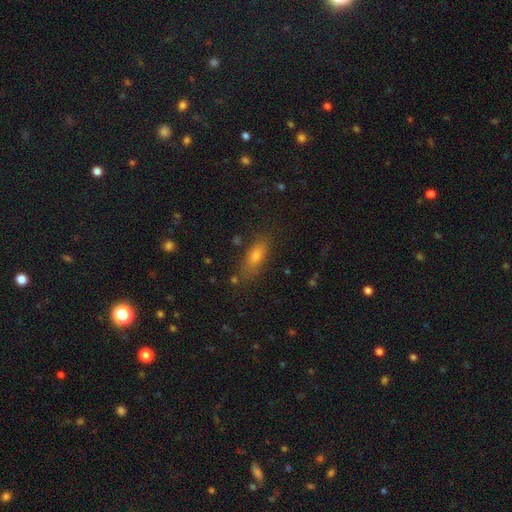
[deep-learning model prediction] The model was most divided on "how rounded": in between: 60%, cigar-shaped: 35%, round: 5%. More confident: merging — none (80%); smooth or featured — smooth (69%).